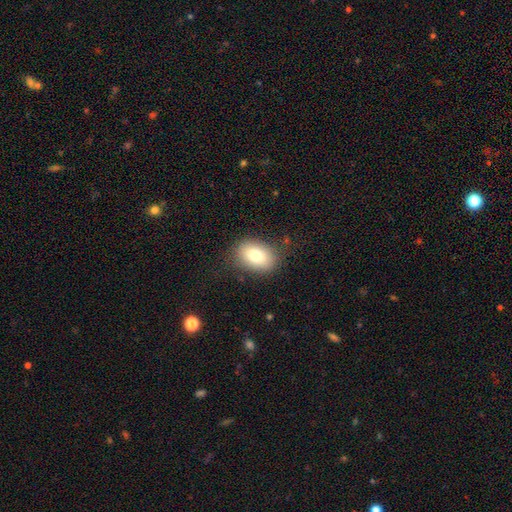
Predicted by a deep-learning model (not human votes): Q: Smooth or featured?
A: smooth (79%); runner-up: featured or disk (12%)
Q: How rounded?
A: in between (81%); runner-up: round (18%)
Q: Merging?
A: none (81%); runner-up: minor disturbance (14%)